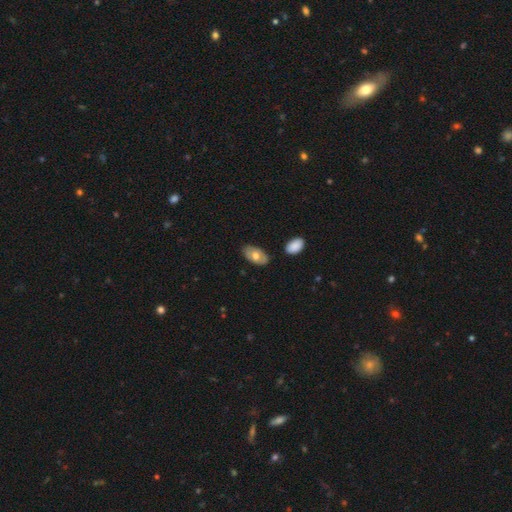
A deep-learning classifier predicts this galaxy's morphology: Overall: smooth (66%; featured or disk 28%). How rounded: in between (94%). Merging: none (78%).